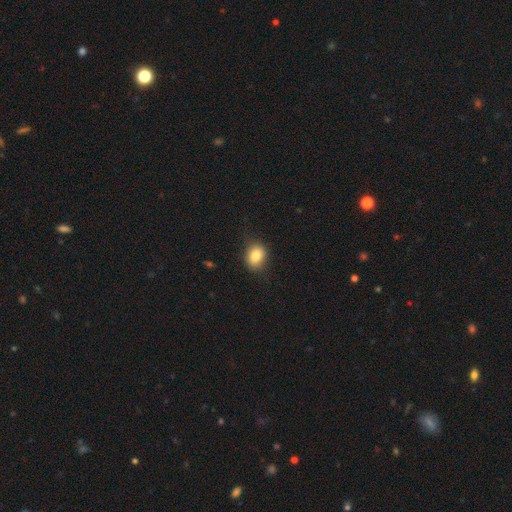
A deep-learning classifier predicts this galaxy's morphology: Overall: smooth (82%). How rounded: in between (54%; round 45%). Merging: none (81%).